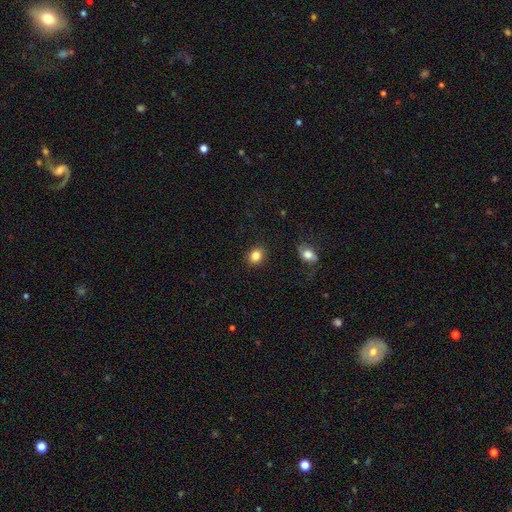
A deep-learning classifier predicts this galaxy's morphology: Q: Smooth or featured?
A: smooth (84%); runner-up: star or artifact (10%)
Q: How rounded?
A: round (56%); runner-up: in between (42%)
Q: Merging?
A: none (89%); runner-up: minor disturbance (8%)